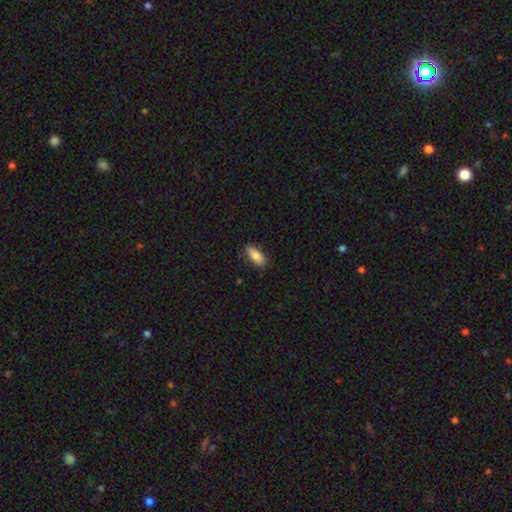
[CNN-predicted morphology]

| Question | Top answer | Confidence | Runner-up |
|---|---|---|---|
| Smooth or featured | smooth | 82% | featured or disk (11%) |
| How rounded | in between | 85% | cigar-shaped (13%) |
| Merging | none | 85% | minor disturbance (12%) |